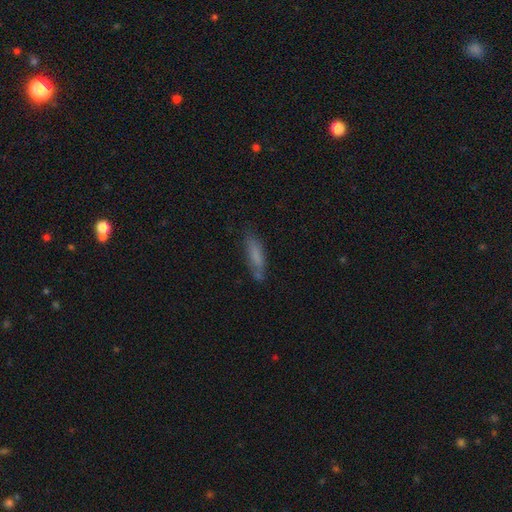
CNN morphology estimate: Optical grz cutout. It shows a smooth galaxy with no disk features (72%) that is cigar-shaped (70%). Merging: none (69%).